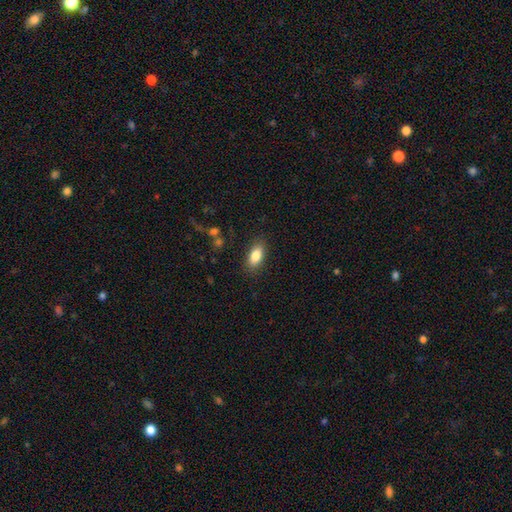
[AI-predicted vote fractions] A smooth galaxy with no disk features (84%) that is in between round and cigar-shaped (87%).

Vote fractions:
- Smooth or featured? smooth: 84% / featured or disk: 9% / star or artifact: 7%
- How rounded? in between: 87% / cigar-shaped: 9% / round: 4%
- Merging? none: 85% / minor disturbance: 11% / major disturbance: 3% / merger: 1%